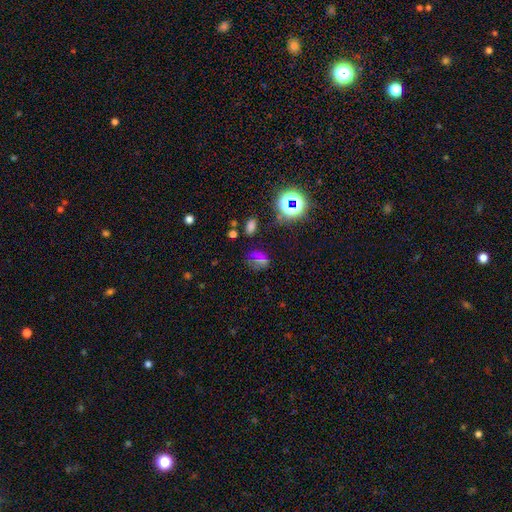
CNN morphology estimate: Overall: smooth (43%; star or artifact 40%). Merging: none (60%; minor disturbance 20%).